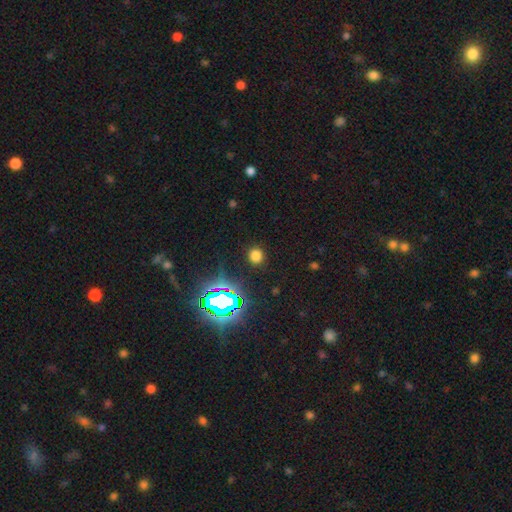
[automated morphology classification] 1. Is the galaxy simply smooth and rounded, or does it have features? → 68% smooth, 26% star or artifact, 6% featured or disk.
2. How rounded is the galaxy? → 86% round, 13% in between, 1% cigar-shaped.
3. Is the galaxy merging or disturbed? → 89% none, 7% minor disturbance, 3% major disturbance, 1% merger.